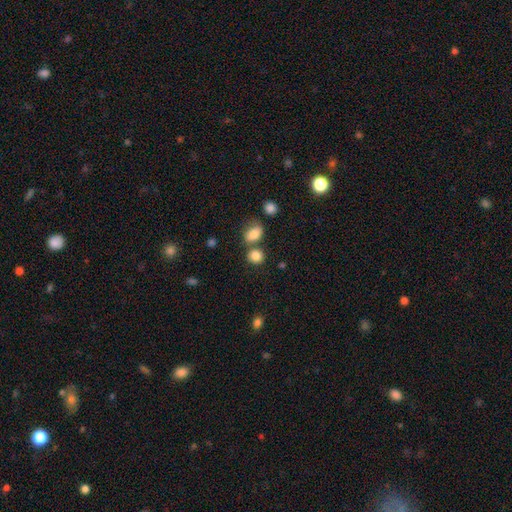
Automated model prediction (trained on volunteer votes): Smooth or featured?
  - smooth: 84% *
  - star or artifact: 10%
  - featured or disk: 6%
How rounded?
  - round: 70% *
  - in between: 29%
  - cigar-shaped: 1%
Merging?
  - none: 64% *
  - merger: 21%
  - minor disturbance: 11%
  - major disturbance: 4%